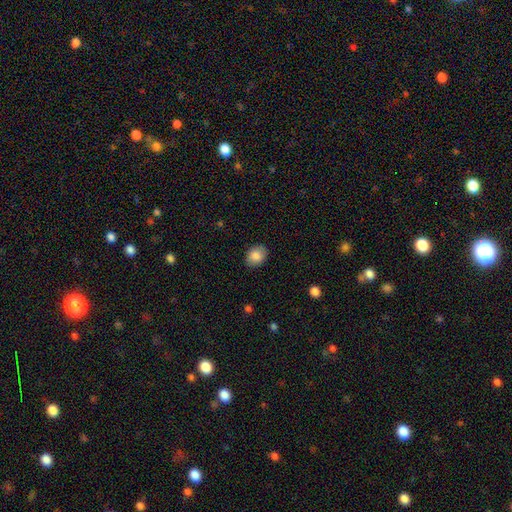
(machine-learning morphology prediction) Q: Smooth or featured?
A: smooth (85%); runner-up: star or artifact (8%)
Q: How rounded?
A: in between (65%); runner-up: round (34%)
Q: Merging?
A: none (86%); runner-up: minor disturbance (10%)